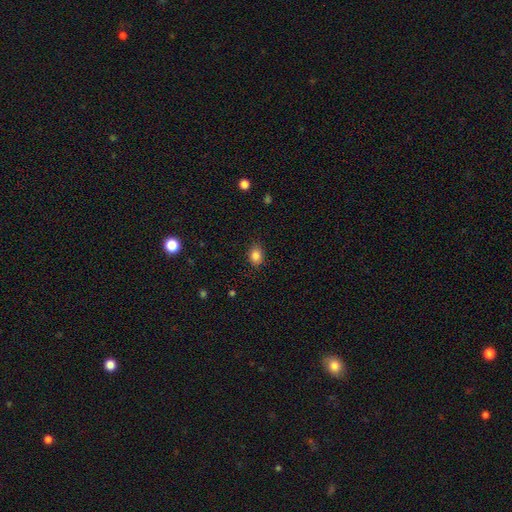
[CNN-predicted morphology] smooth_or_featured: smooth (p=0.85) [alt: star or artifact p=0.10]
how_rounded: in between (p=0.56) [alt: round p=0.43]
merging: none (p=0.85) [alt: minor disturbance p=0.11]